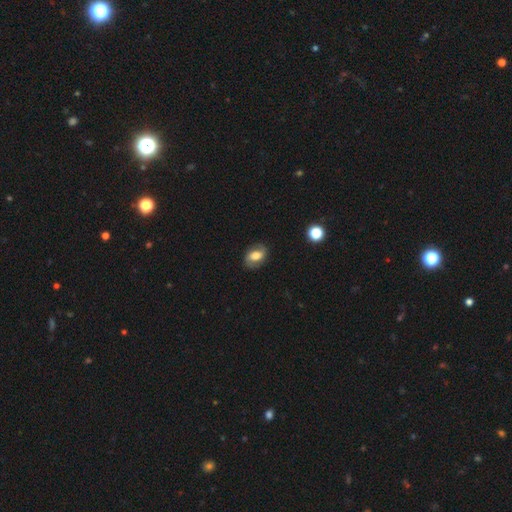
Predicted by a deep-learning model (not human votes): A featured or disk galaxy (52%).

Vote fractions:
- Smooth or featured? featured or disk: 52% / smooth: 40% / star or artifact: 8%
- Edge-on disk? no: 95% / yes: 5%
- Merging? none: 79% / minor disturbance: 14% / major disturbance: 5% / merger: 1%